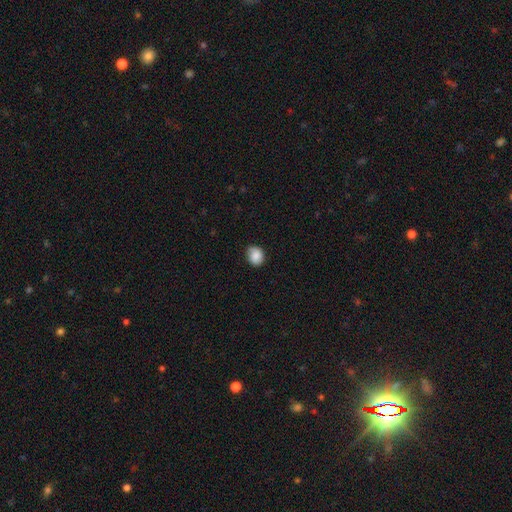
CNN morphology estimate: This appears to be a smooth galaxy with no disk features (85%) that is round (57%). Merging: none (76%).